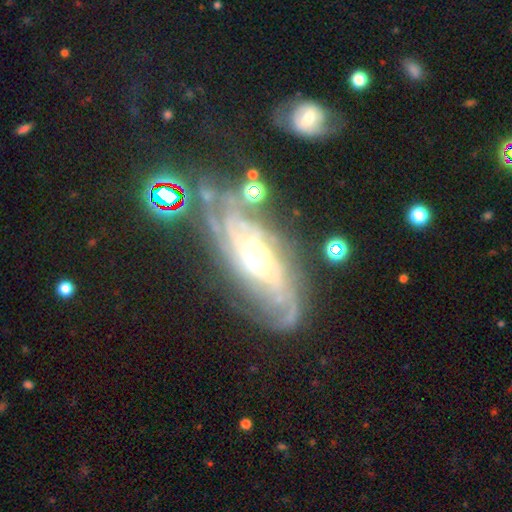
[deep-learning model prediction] Morphology: type=featured or disk (85%); edge-on=no (87%); bar=no (47%); spiral arms=yes (95%); winding=tight (65%); arm count=can't tell (38%); bulge=moderate (63%); merging=none (66%).